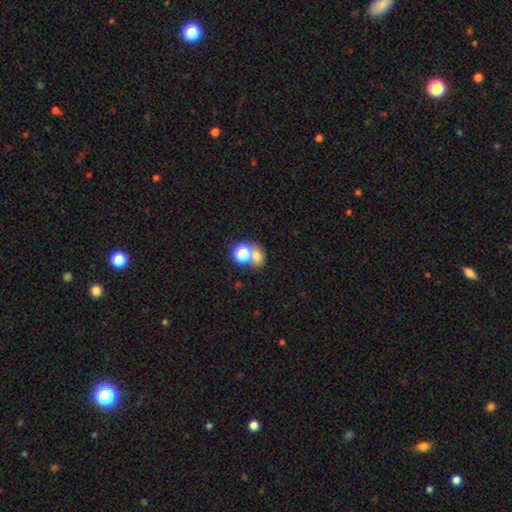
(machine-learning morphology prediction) Q: Smooth or featured?
A: smooth (65%); runner-up: star or artifact (25%)
Q: How rounded?
A: round (63%); runner-up: in between (36%)
Q: Merging?
A: none (47%); runner-up: merger (40%)